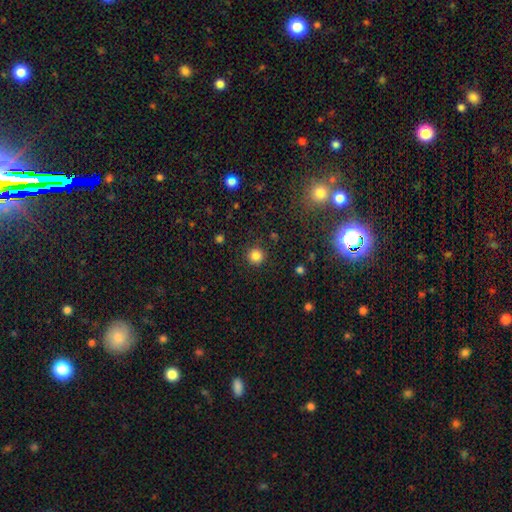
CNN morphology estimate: smooth_or_featured: smooth (p=0.84) [alt: star or artifact p=0.12]
how_rounded: round (p=0.94) [alt: in between p=0.05]
merging: none (p=0.91) [alt: minor disturbance p=0.06]